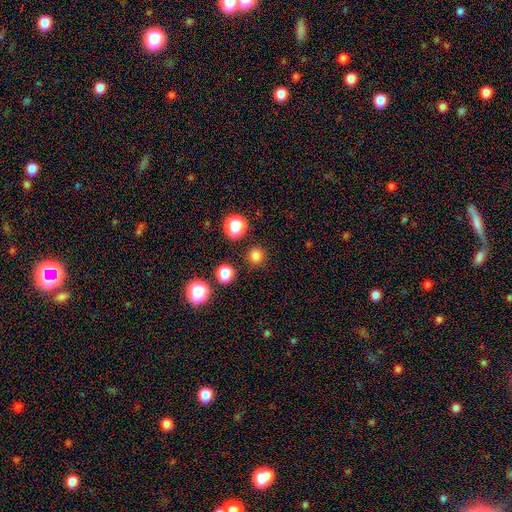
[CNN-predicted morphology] The model was most divided on "smooth or featured": smooth: 78%, star or artifact: 18%, featured or disk: 4%. More confident: how rounded — round (91%); merging — none (88%).